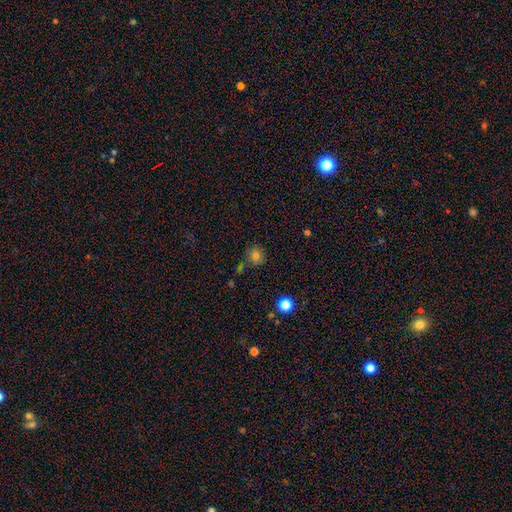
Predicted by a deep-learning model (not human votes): Overall: smooth (77%). How rounded: round (82%). Merging: none (72%).